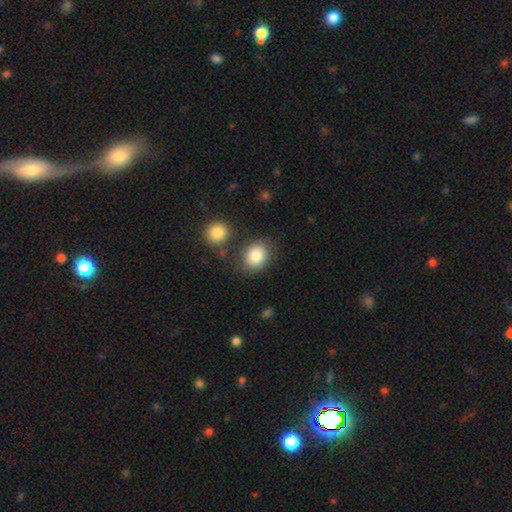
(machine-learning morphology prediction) smooth 86%, star or artifact 8%, featured or disk 7%. Down the decision tree: how rounded — round (59%); merging — none (75%).